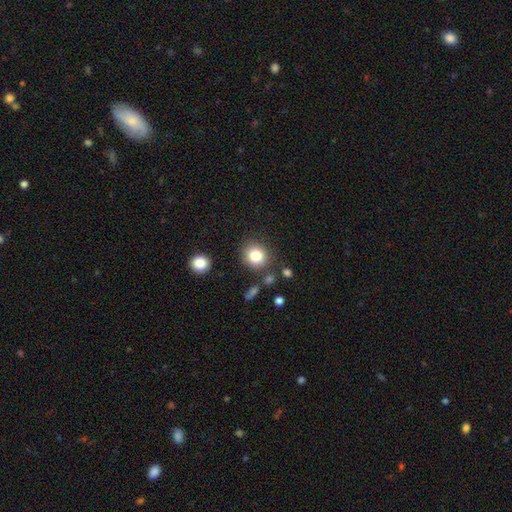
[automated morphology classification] The model was most divided on "merging": none: 80%, minor disturbance: 10%, merger: 6%, major disturbance: 4%. More confident: how rounded — round (85%); smooth or featured — smooth (82%).